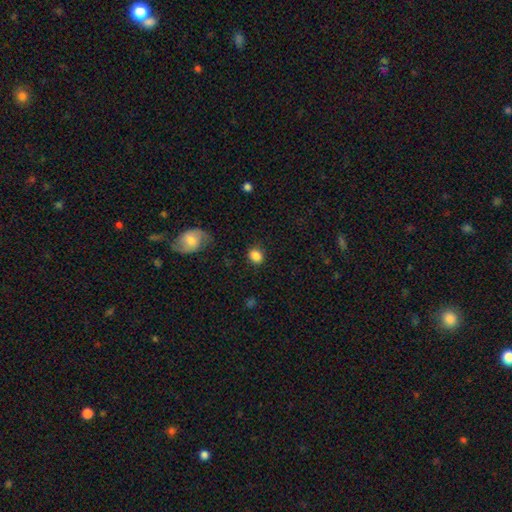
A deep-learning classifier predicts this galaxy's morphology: smooth-or-featured: smooth: 85% | star or artifact: 9% | featured or disk: 6%
  how-rounded: round: 57% | in between: 42% | cigar-shaped: 1%
  merging: none: 82% | minor disturbance: 12% | major disturbance: 4% | merger: 2%